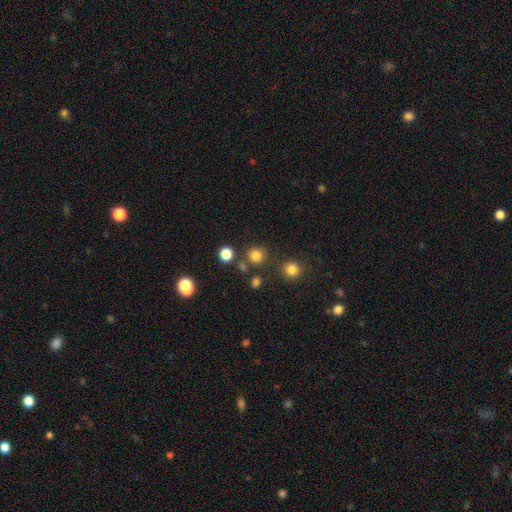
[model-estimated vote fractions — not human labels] The model was most divided on "smooth or featured": smooth: 79%, star or artifact: 16%, featured or disk: 5%. More confident: how rounded — round (90%); merging — none (78%).